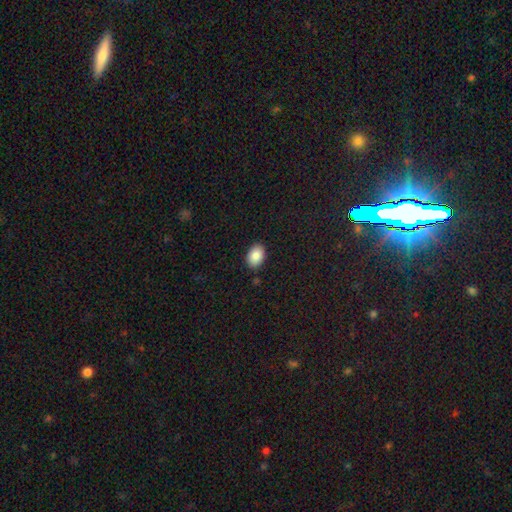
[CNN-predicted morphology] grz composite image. It shows a smooth galaxy with no disk features (87%) that is in between round and cigar-shaped (84%). Merging: none (88%).